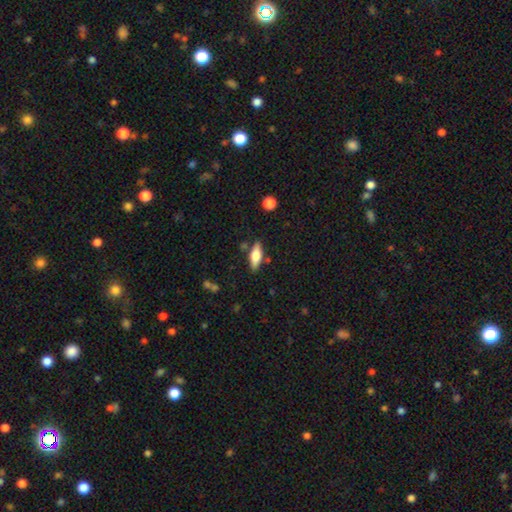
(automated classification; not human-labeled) This appears to be a smooth galaxy with no disk features (58%) that is in between round and cigar-shaped (61%). Merging: none (81%).